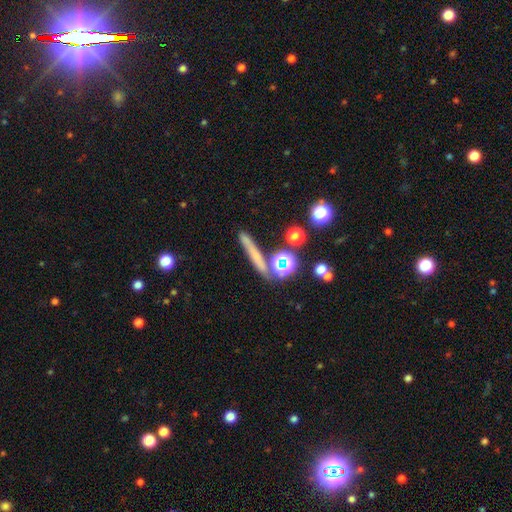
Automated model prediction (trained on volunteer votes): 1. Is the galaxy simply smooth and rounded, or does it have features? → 51% smooth, 27% featured or disk, 22% star or artifact.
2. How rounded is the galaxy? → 73% cigar-shaped, 17% round, 10% in between.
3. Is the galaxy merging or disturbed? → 70% none, 13% minor disturbance, 11% merger, 6% major disturbance.